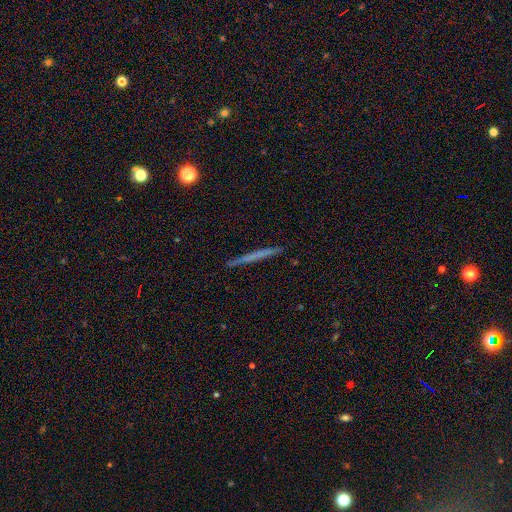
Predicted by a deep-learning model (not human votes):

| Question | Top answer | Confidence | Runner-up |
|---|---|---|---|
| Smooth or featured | smooth | 47% | featured or disk (46%) |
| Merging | none | 91% | minor disturbance (6%) |